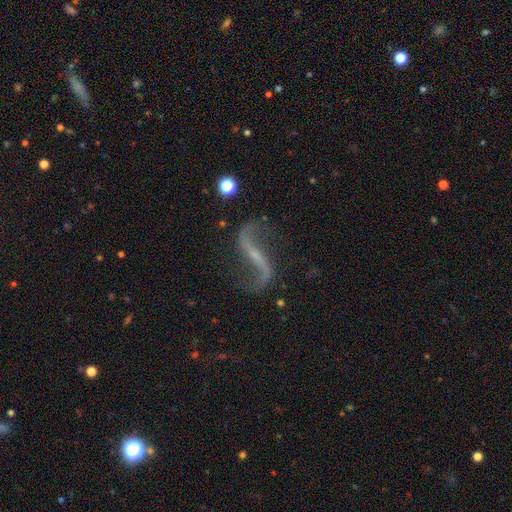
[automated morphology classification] Overall: featured or disk (90%). Edge-on disk: no (94%). Bar: strong (43%; weak 32%). Spiral arms: yes (96%). Spiral arm count: 2 (94%). Spiral winding: loose (91%). Bulge size: small (67%). Merging: none (78%).